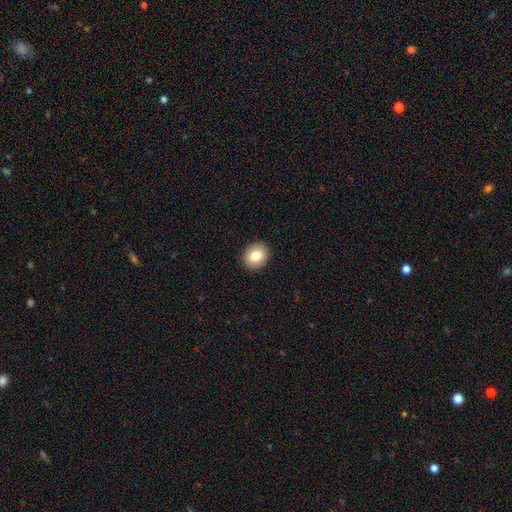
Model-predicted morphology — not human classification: Smooth or featured?
  - smooth: 81% *
  - featured or disk: 9%
  - star or artifact: 9%
How rounded?
  - round: 69% *
  - in between: 30%
  - cigar-shaped: 1%
Merging?
  - none: 92% *
  - minor disturbance: 6%
  - major disturbance: 2%
  - merger: 1%